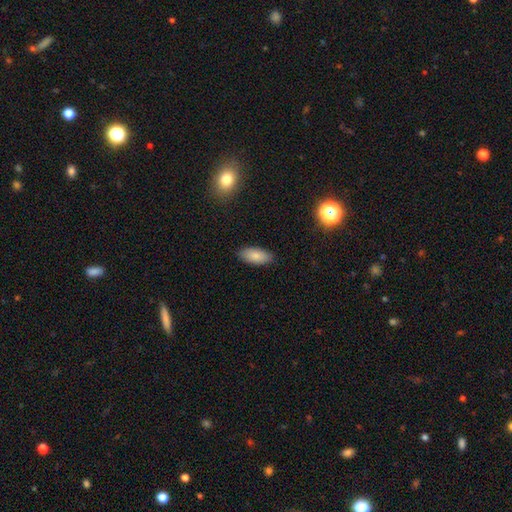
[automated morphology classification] The model was most divided on "smooth or featured": smooth: 84%, featured or disk: 9%, star or artifact: 7%. More confident: how rounded — in between (90%); merging — none (88%).